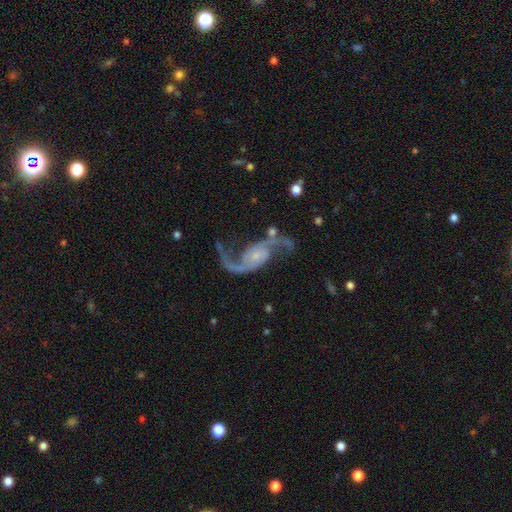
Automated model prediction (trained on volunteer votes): Morphology: type=featured or disk (91%); edge-on=no (97%); bar=no (66%); spiral arms=yes (97%); winding=loose (72%); arm count=2 (93%); bulge=small (66%); merging=none (64%).